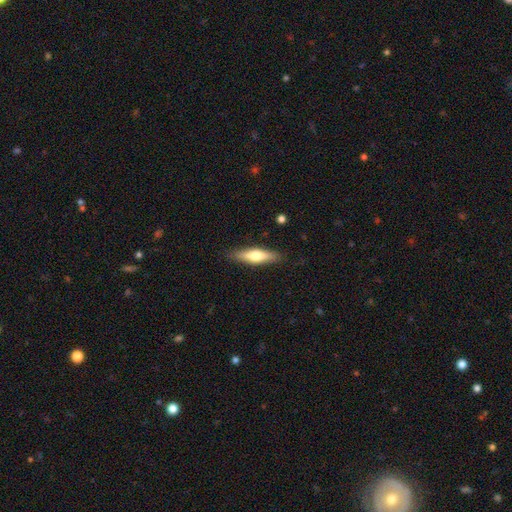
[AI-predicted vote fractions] Morphology: type=smooth (55%); roundness=cigar-shaped (66%); merging=none (86%).